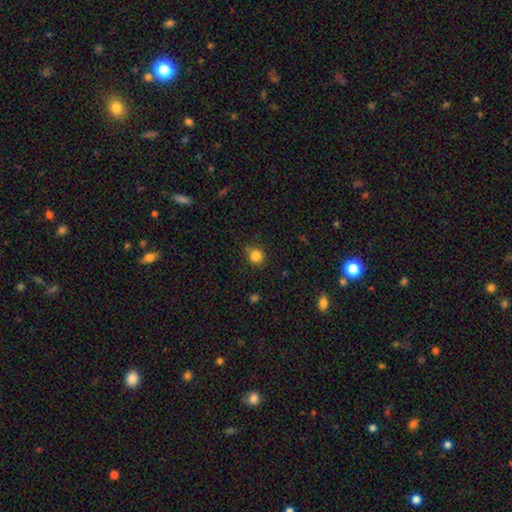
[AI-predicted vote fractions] Overall: smooth (84%). How rounded: round (90%). Merging: none (84%).